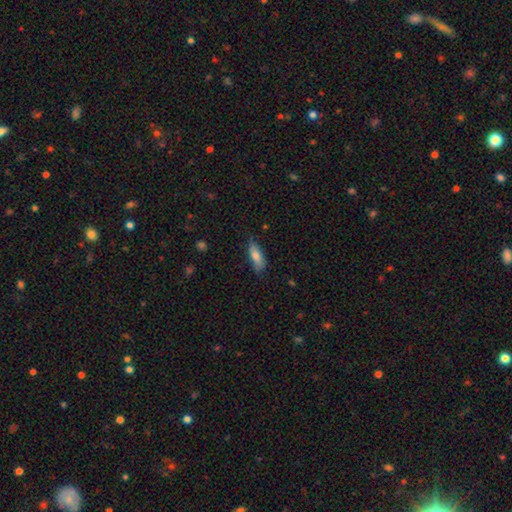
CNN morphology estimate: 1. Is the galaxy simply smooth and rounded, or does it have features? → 75% smooth, 18% featured or disk, 7% star or artifact.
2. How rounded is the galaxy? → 61% in between, 37% cigar-shaped, 2% round.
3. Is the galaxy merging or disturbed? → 66% none, 27% minor disturbance, 6% major disturbance, 2% merger.